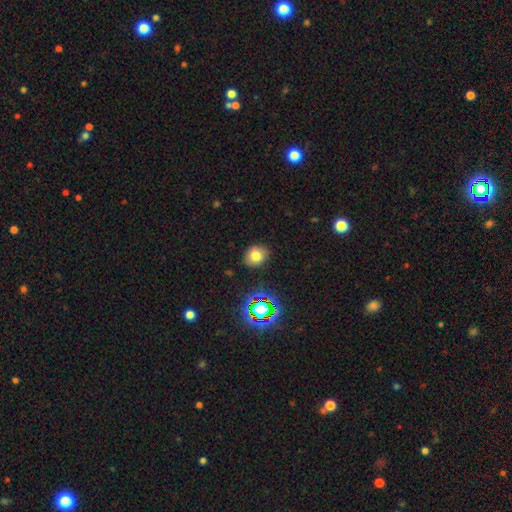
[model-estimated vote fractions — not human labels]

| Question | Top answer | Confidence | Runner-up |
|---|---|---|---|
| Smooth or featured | smooth | 74% | star or artifact (16%) |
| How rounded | round | 56% | in between (43%) |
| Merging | none | 86% | minor disturbance (10%) |